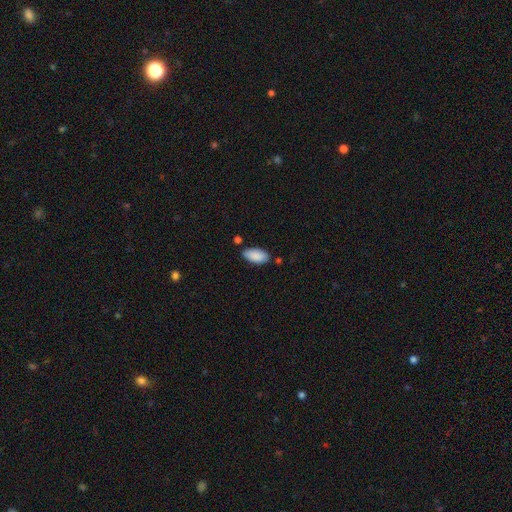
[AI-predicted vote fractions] smooth 90%, star or artifact 6%, featured or disk 5%. Down the decision tree: how rounded — in between (94%); merging — none (78%).